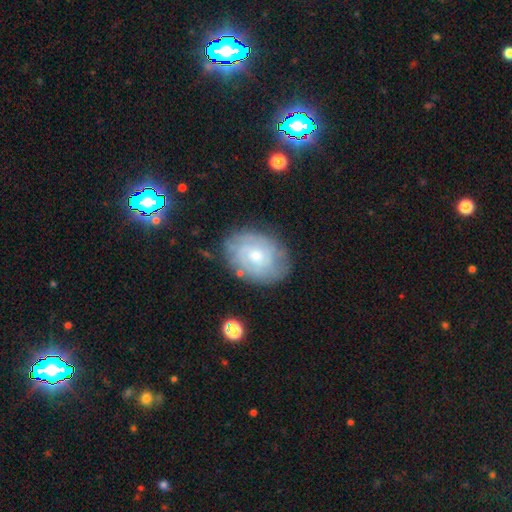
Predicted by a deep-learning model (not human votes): Smooth or featured? Predicted: featured or disk (p=0.65). Edge-on disk? Predicted: no (p=0.96). Bar? Predicted: no (p=0.72). Spiral arms? Predicted: yes (p=0.81). Spiral winding? Predicted: tight (p=0.69). Spiral arm count? Predicted: can't tell (p=0.58). Bulge size? Predicted: moderate (p=0.53). Merging? Predicted: none (p=0.75).